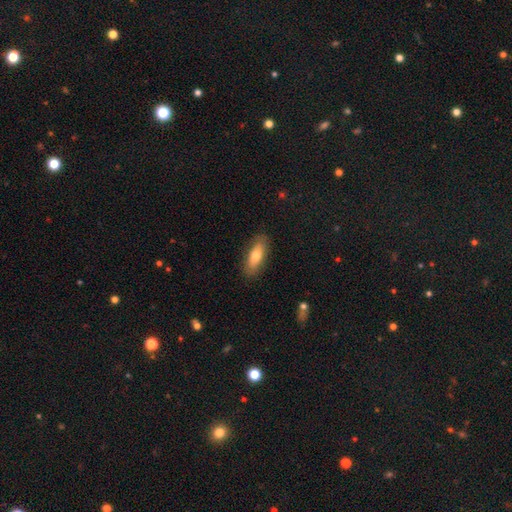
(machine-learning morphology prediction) Smooth or featured? smooth (70%)
How rounded? in between (71%)
Merging? none (85%)